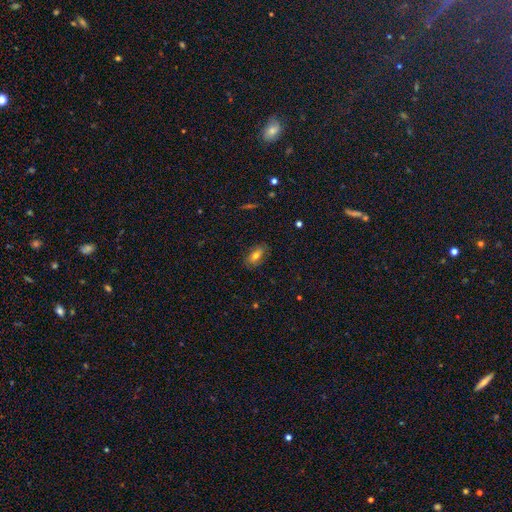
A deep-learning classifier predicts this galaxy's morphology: smooth 60%, featured or disk 26%, star or artifact 13%. Down the decision tree: how rounded — in between (85%); merging — none (80%).